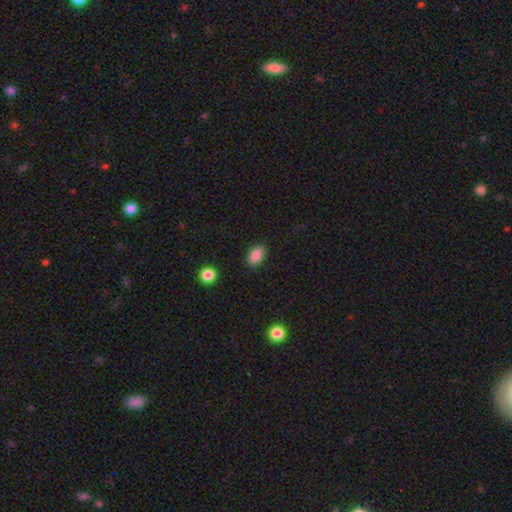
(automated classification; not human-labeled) Overall: smooth (87%). How rounded: in between (87%). Merging: none (87%).